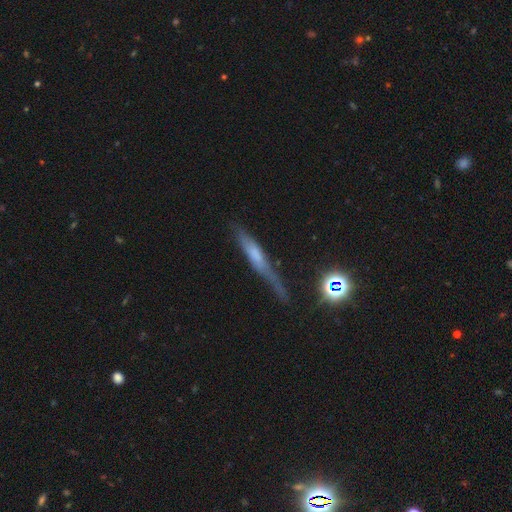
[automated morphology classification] Smooth or featured: featured or disk — 45% (smooth — 41%)
Merging: none — 57% (minor disturbance — 28%)